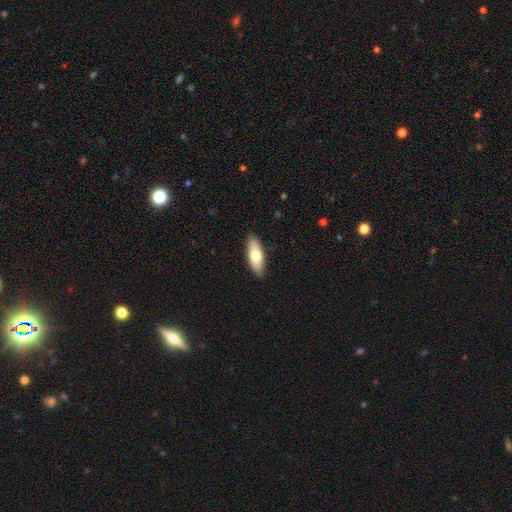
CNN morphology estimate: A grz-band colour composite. It shows a smooth galaxy with no disk features (68%) that is in between round and cigar-shaped (71%). Merging: none (88%).